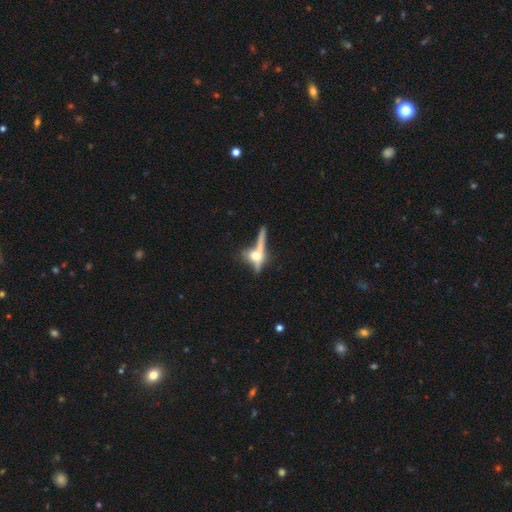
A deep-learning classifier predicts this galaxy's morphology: Q: Smooth or featured?
A: featured or disk (49%); runner-up: smooth (40%)
Q: Merging?
A: none (47%); runner-up: merger (25%)